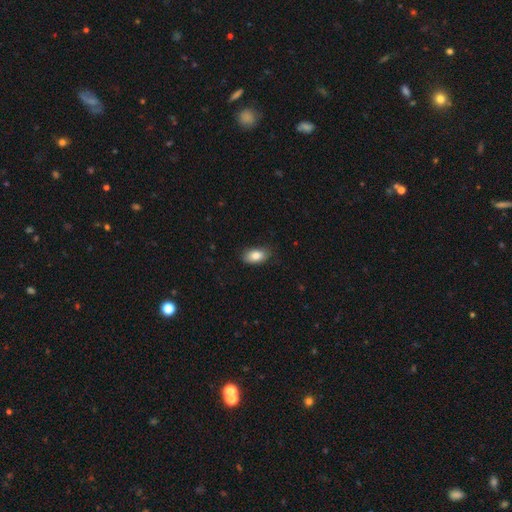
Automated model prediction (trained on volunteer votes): Smooth or featured? smooth (84%)
How rounded? in between (92%)
Merging? none (80%)